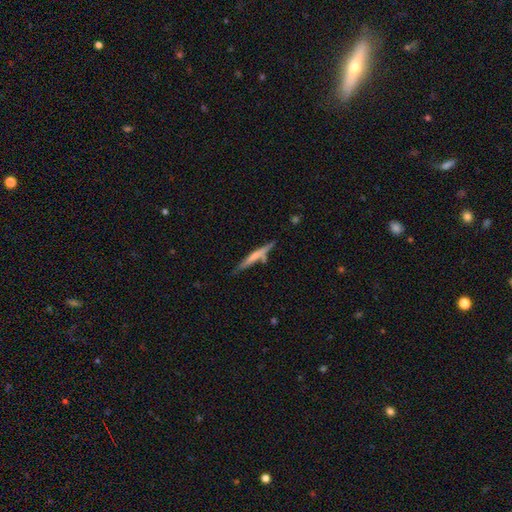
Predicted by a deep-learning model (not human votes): This appears to be a smooth galaxy with no disk features (49%). Merging: none (67%).